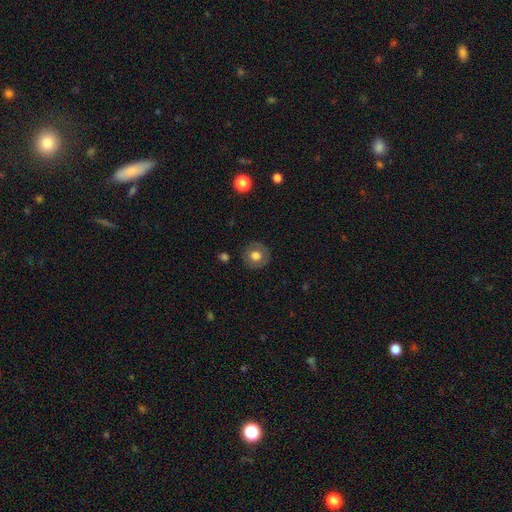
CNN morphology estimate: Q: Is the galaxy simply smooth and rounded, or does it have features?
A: smooth — 70%.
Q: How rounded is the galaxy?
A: round — 89%.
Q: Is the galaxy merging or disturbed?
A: none — 86%.